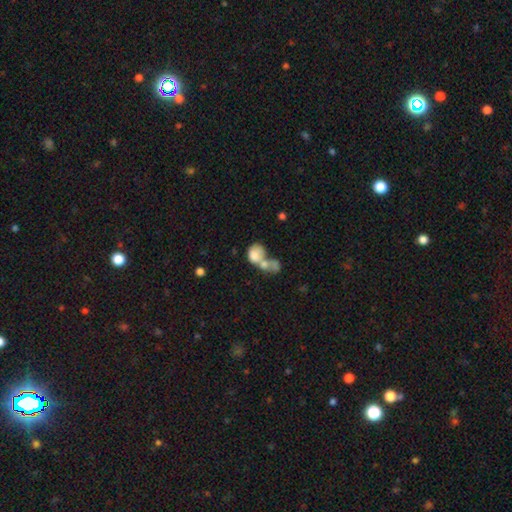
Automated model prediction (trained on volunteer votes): Smooth or featured? Predicted: smooth (p=0.70). How rounded? Predicted: in between (p=0.54). Merging? Predicted: merger (p=0.72).